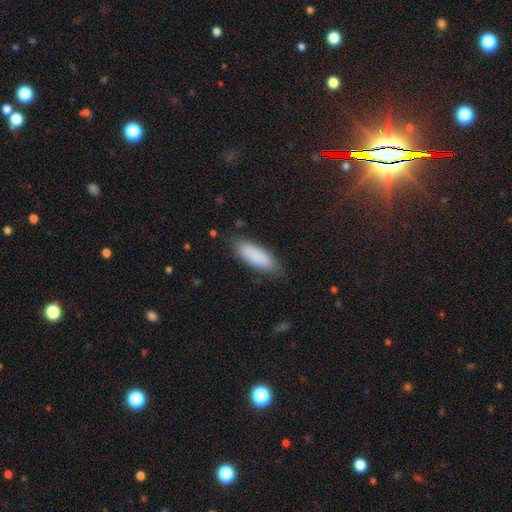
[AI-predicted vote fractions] smooth_or_featured: smooth (p=0.87) [alt: featured or disk p=0.07]
how_rounded: in between (p=0.65) [alt: cigar-shaped p=0.33]
merging: none (p=0.82) [alt: minor disturbance p=0.14]